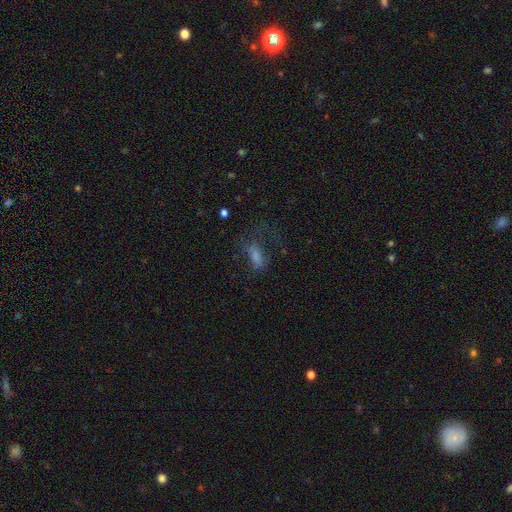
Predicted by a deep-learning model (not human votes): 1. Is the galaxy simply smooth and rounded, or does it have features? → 51% smooth, 26% featured or disk, 23% star or artifact.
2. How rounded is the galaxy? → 72% in between, 21% cigar-shaped, 7% round.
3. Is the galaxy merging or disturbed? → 43% none, 36% major disturbance, 19% minor disturbance, 3% merger.